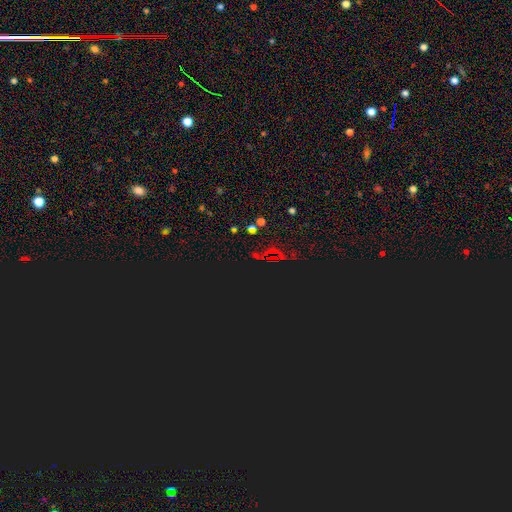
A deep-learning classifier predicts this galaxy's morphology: The model was most divided on "smooth or featured": star or artifact: 76%, smooth: 16%, featured or disk: 8%.